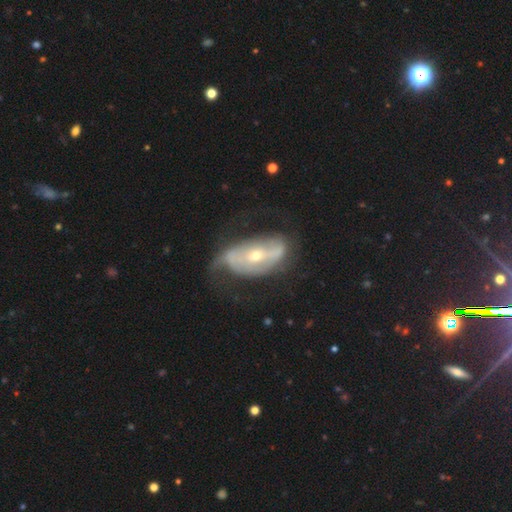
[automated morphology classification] smooth_or_featured: featured or disk (p=0.78) [alt: smooth p=0.15]
disk_edge_on: no (p=0.91) [alt: yes p=0.09]
bar: no (p=0.38) [alt: strong p=0.35]
has_spiral_arms: yes (p=0.78) [alt: no p=0.22]
spiral_winding: loose (p=0.44) [alt: medium p=0.34]
spiral_arm_count: 2 (p=0.74) [alt: can't tell p=0.15]
bulge_size: small (p=0.59) [alt: moderate p=0.37]
merging: none (p=0.48) [alt: minor disturbance p=0.26]